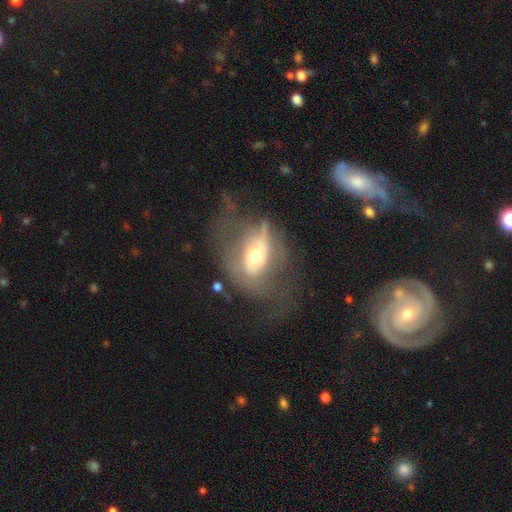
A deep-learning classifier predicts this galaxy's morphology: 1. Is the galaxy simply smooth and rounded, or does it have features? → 63% featured or disk, 29% smooth, 9% star or artifact.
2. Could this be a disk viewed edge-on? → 90% no, 10% yes.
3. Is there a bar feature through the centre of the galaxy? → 53% no, 26% weak, 20% strong.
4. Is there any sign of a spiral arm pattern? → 50% yes (tied), 50% no (tied).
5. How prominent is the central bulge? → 63% moderate, 23% small, 11% large, 2% dominant, 1% none.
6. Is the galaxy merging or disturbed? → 40% major disturbance, 35% none, 21% minor disturbance, 4% merger.